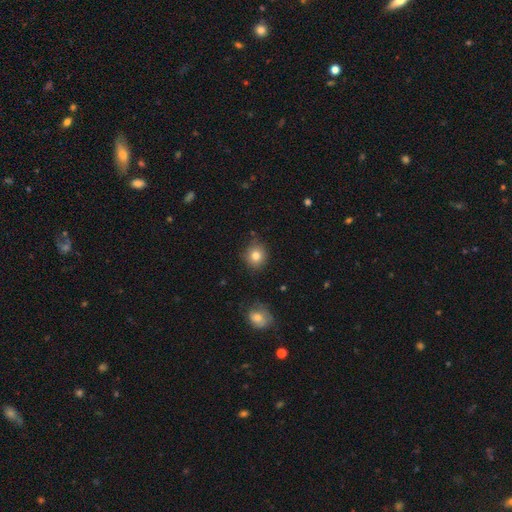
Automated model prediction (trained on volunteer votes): A smooth galaxy with no disk features (81%) that is round (87%).

Vote fractions:
- Smooth or featured? smooth: 81% / star or artifact: 11% / featured or disk: 8%
- How rounded? round: 87% / in between: 12% / cigar-shaped: 1%
- Merging? none: 83% / minor disturbance: 12% / major disturbance: 3% / merger: 2%